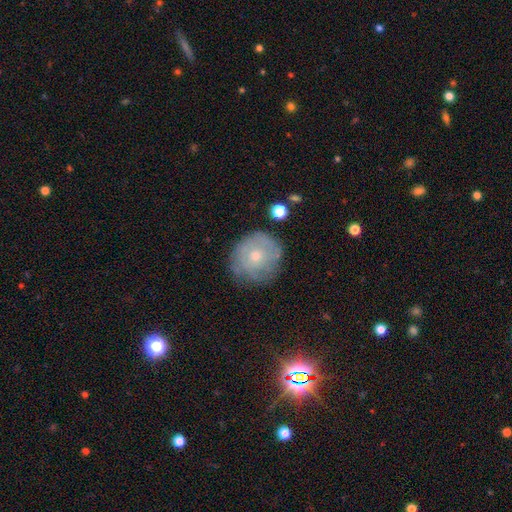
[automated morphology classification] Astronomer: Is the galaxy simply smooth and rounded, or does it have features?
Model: smooth — 47% (runner-up: featured or disk, 43%).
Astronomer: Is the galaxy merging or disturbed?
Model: none — 71%.